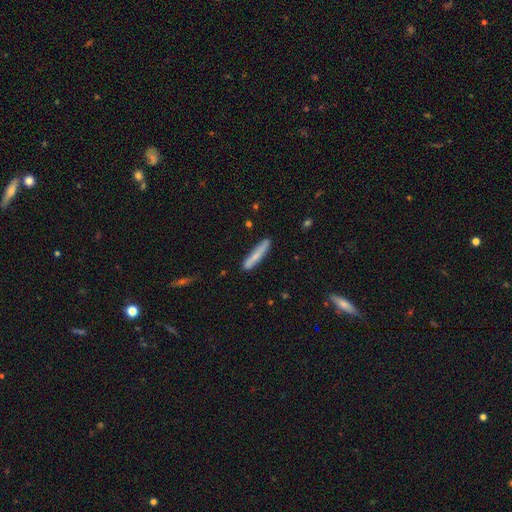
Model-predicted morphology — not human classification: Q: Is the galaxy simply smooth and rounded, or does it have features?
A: smooth — 67%.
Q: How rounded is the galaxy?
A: cigar-shaped — 93%.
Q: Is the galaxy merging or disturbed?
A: none — 84%.